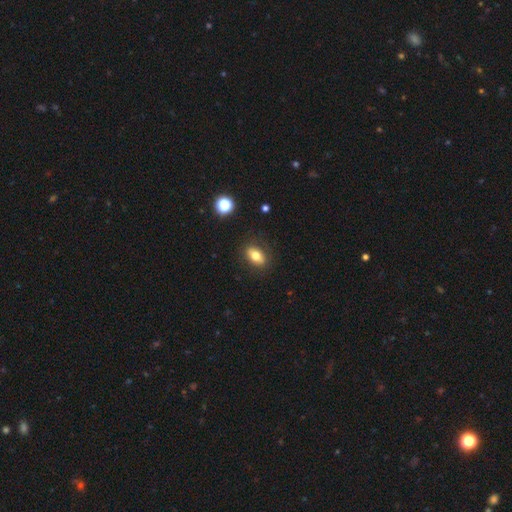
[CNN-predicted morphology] Smooth or featured?
  - smooth: 72% *
  - featured or disk: 19%
  - star or artifact: 9%
How rounded?
  - in between: 84% *
  - round: 12%
  - cigar-shaped: 4%
Merging?
  - none: 84% *
  - minor disturbance: 11%
  - major disturbance: 4%
  - merger: 1%